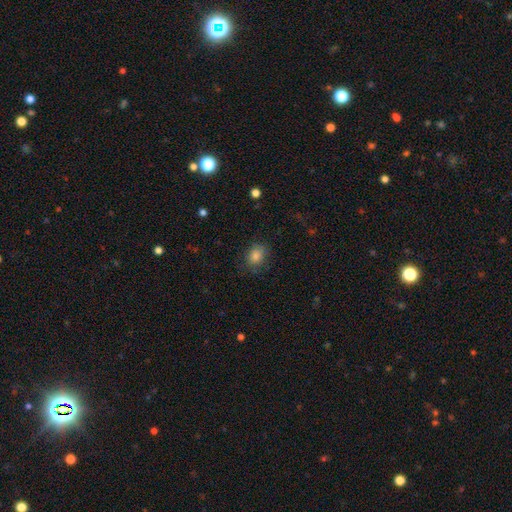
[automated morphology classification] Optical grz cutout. It shows a smooth galaxy with no disk features (82%) that is round (50%). Merging: none (79%).